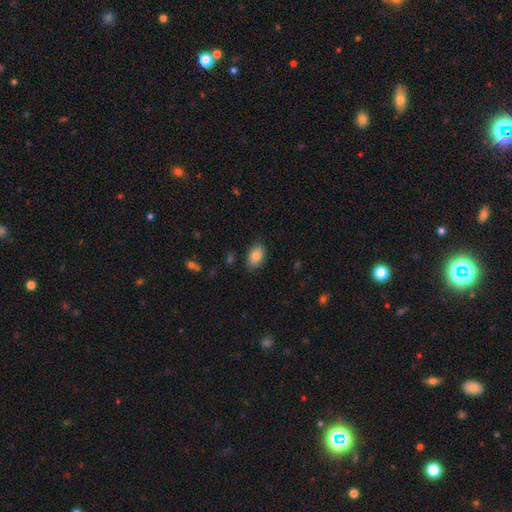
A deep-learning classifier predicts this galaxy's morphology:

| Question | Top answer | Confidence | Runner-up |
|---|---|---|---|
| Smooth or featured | smooth | 85% | featured or disk (8%) |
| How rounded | in between | 91% | round (7%) |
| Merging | none | 83% | minor disturbance (13%) |